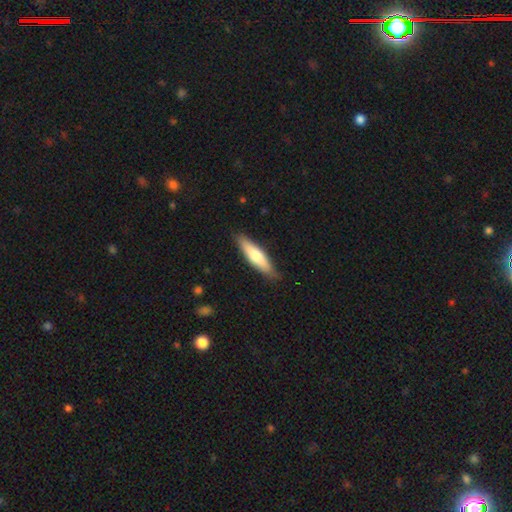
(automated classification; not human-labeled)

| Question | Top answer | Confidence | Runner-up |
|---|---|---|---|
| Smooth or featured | smooth | 66% | featured or disk (29%) |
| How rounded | cigar-shaped | 69% | in between (30%) |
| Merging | none | 86% | minor disturbance (11%) |